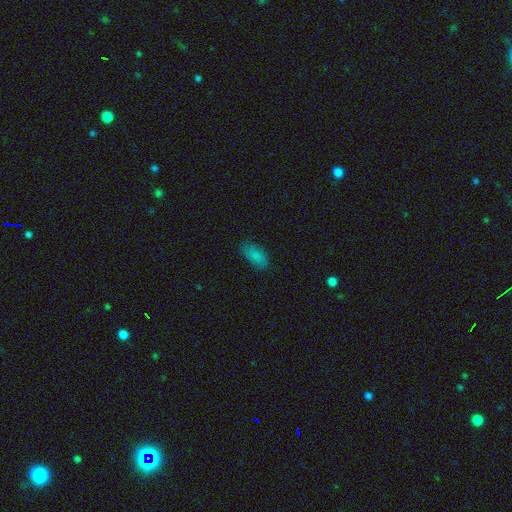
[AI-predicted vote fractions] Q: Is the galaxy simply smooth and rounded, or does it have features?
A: smooth — 85%.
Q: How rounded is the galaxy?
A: in between — 88%.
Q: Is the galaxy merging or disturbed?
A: none — 80%.